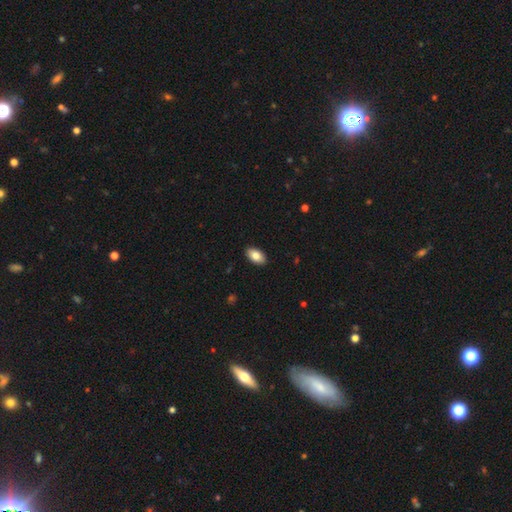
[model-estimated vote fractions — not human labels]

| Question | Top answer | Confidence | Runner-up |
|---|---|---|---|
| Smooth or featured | smooth | 81% | featured or disk (12%) |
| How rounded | in between | 94% | round (4%) |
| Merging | none | 90% | minor disturbance (7%) |